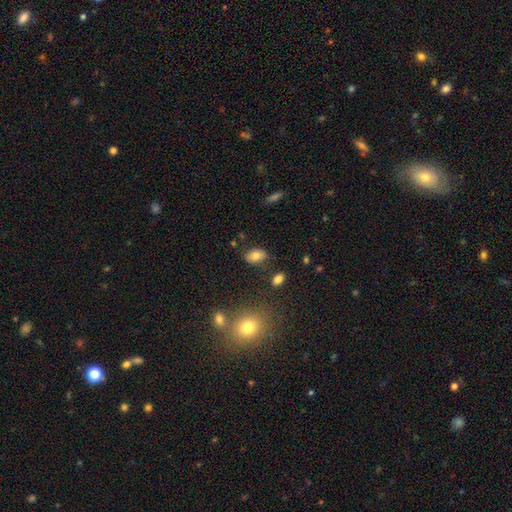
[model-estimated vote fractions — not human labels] This appears to be a smooth galaxy with no disk features (77%) that is in between round and cigar-shaped (87%). Merging: none (81%).